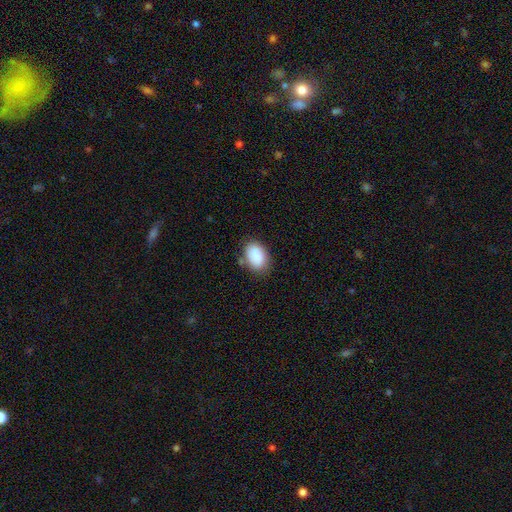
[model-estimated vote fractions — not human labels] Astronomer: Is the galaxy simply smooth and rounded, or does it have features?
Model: smooth — 84%.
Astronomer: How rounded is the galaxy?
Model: in between — 83%.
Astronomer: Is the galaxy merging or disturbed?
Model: none — 71%.